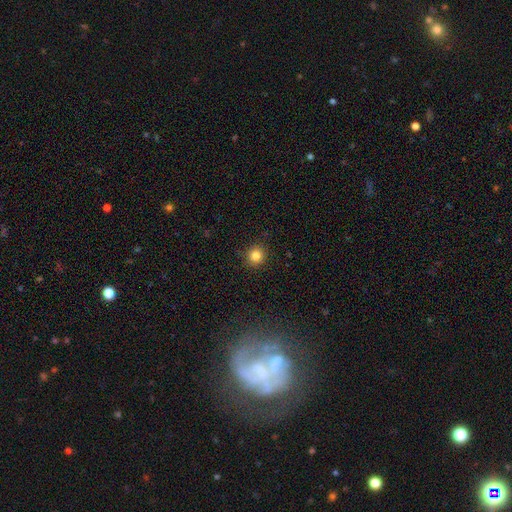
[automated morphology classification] smooth-or-featured: smooth: 83% | star or artifact: 12% | featured or disk: 5%
  how-rounded: round: 92% | in between: 7% | cigar-shaped: 1%
  merging: none: 91% | minor disturbance: 6% | major disturbance: 2% | merger: 1%